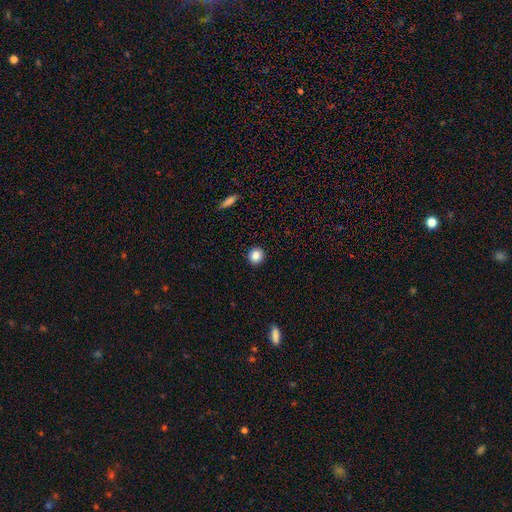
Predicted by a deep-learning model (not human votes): Smooth or featured? smooth (86%)
How rounded? round (90%)
Merging? none (93%)